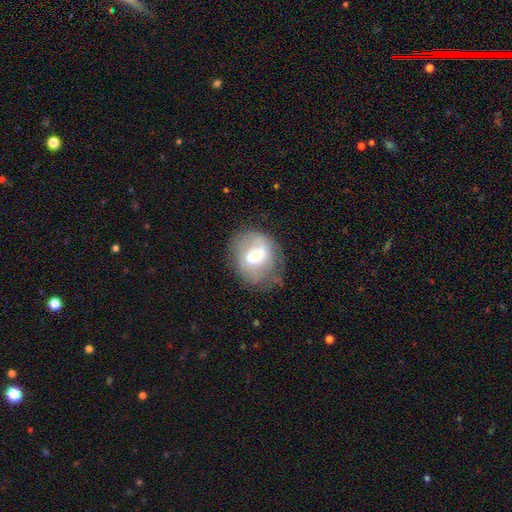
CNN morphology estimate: smooth_or_featured: smooth (p=0.48) [alt: featured or disk p=0.44]
merging: none (p=0.61) [alt: minor disturbance p=0.24]